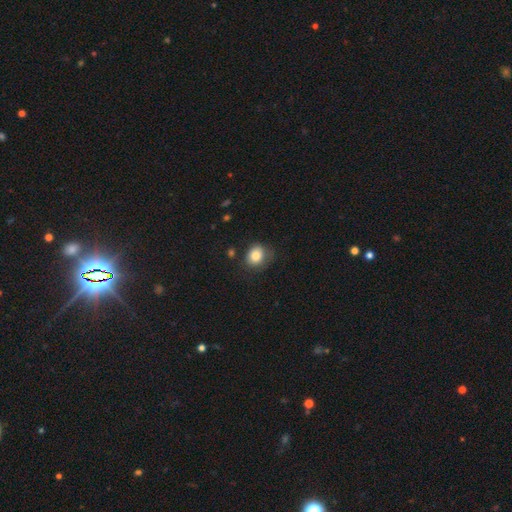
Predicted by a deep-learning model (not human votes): A smooth galaxy with no disk features (81%) that is round (68%).

Vote fractions:
- Smooth or featured? smooth: 81% / star or artifact: 10% / featured or disk: 10%
- How rounded? round: 68% / in between: 31% / cigar-shaped: 1%
- Merging? none: 68% / minor disturbance: 23% / major disturbance: 7% / merger: 2%